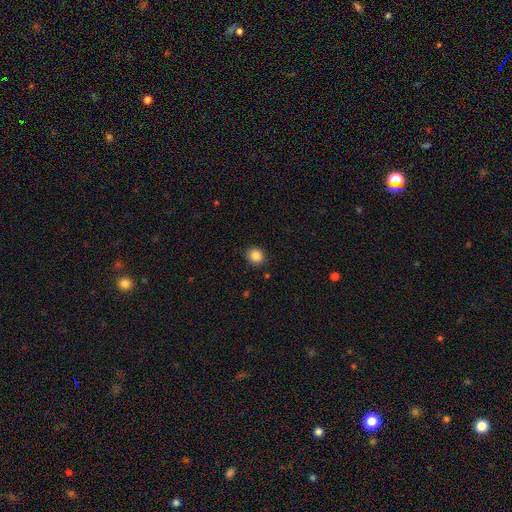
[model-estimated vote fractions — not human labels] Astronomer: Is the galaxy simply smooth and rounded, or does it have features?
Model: smooth — 86%.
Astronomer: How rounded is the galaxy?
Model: round — 78%.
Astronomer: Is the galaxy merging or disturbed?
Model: none — 88%.